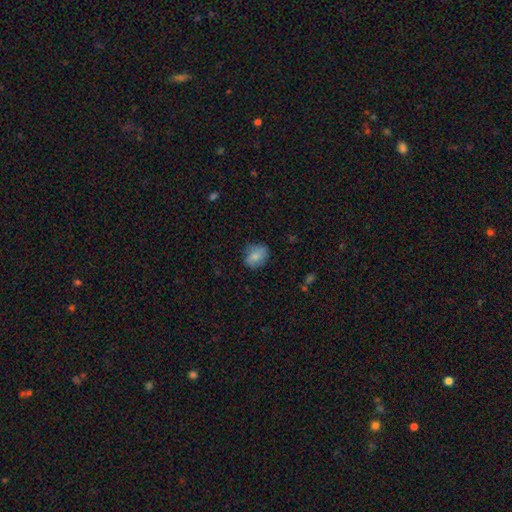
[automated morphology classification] Smooth or featured? Predicted: smooth (p=0.80). How rounded? Predicted: in between (p=0.51). Merging? Predicted: none (p=0.76).